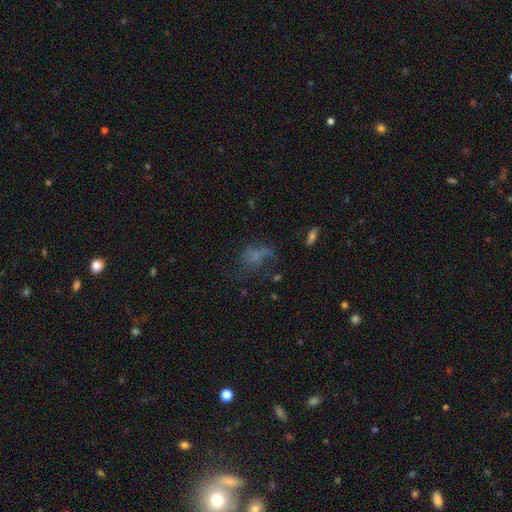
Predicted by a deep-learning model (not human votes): A smooth galaxy with no disk features (47%). Merging: major disturbance (39%).